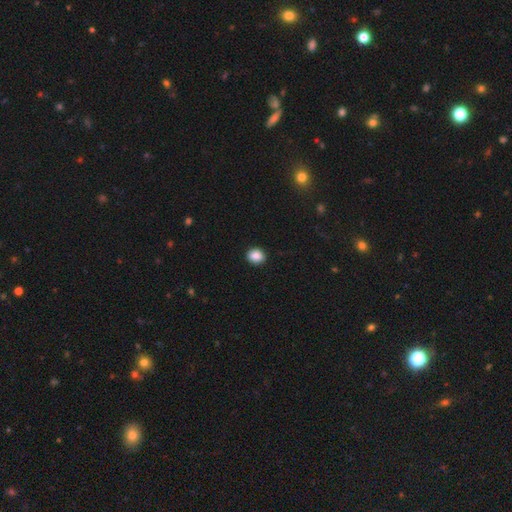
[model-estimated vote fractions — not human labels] Smooth or featured? Predicted: smooth (p=0.88). How rounded? Predicted: round (p=0.59). Merging? Predicted: none (p=0.91).